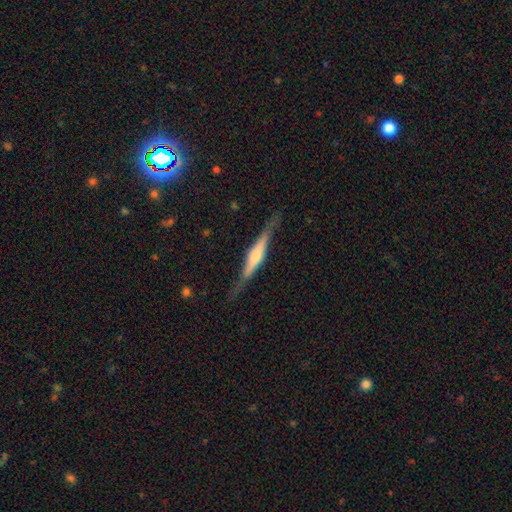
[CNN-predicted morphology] Overall: featured or disk (66%; smooth 28%). Edge-on disk: yes (97%). Edge-on bulge: rounded (57%; boxy 29%). Merging: none (82%).